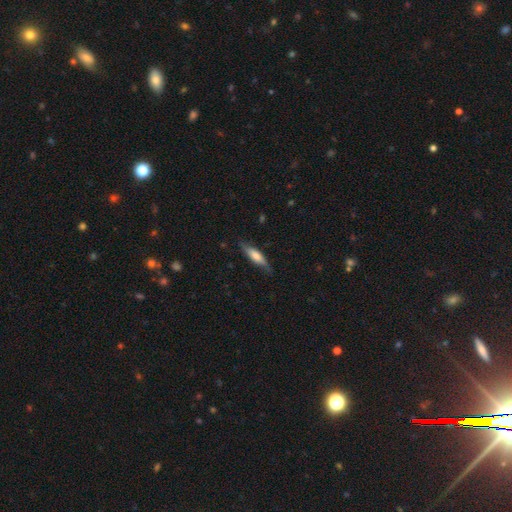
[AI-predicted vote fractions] Morphology: type=smooth (57%); roundness=cigar-shaped (67%); merging=none (76%).